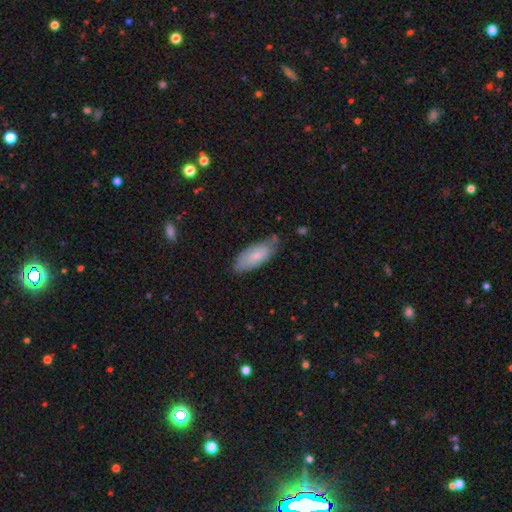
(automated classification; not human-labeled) A smooth galaxy with no disk features (73%) that is in between round and cigar-shaped (78%).

Vote fractions:
- Smooth or featured? smooth: 73% / featured or disk: 21% / star or artifact: 6%
- How rounded? in between: 78% / cigar-shaped: 20% / round: 2%
- Merging? none: 65% / minor disturbance: 27% / major disturbance: 5% / merger: 3%